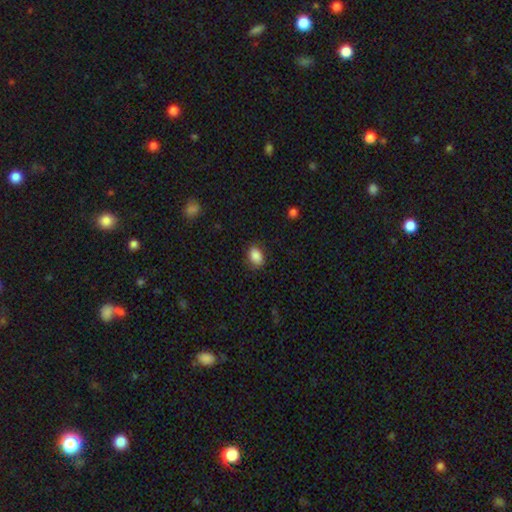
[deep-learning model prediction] smooth-or-featured: smooth: 86% | star or artifact: 8% | featured or disk: 6%
  how-rounded: in between: 78% | round: 21% | cigar-shaped: 1%
  merging: none: 78% | minor disturbance: 17% | major disturbance: 4% | merger: 1%